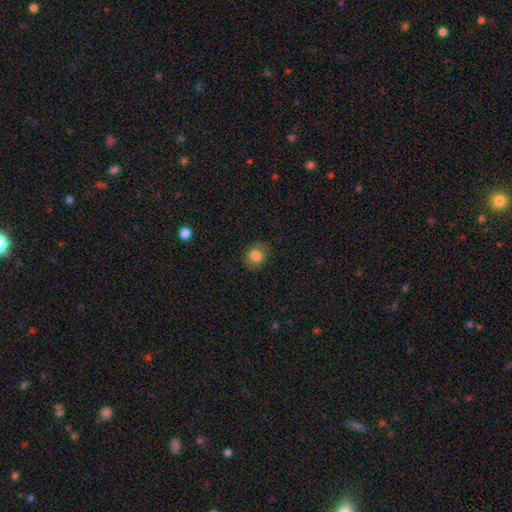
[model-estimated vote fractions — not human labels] Smooth or featured: smooth — 81% (star or artifact — 10%)
How rounded: round — 57% (in between — 42%)
Merging: none — 80% (minor disturbance — 15%)